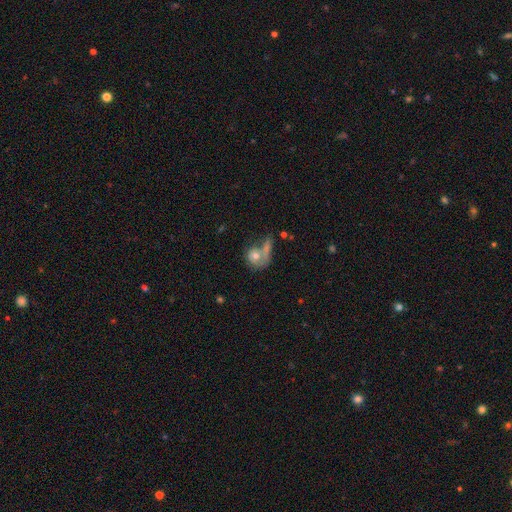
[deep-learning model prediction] Smooth or featured? Predicted: smooth (p=0.63). How rounded? Predicted: round (p=0.67). Merging? Predicted: merger (p=0.40).